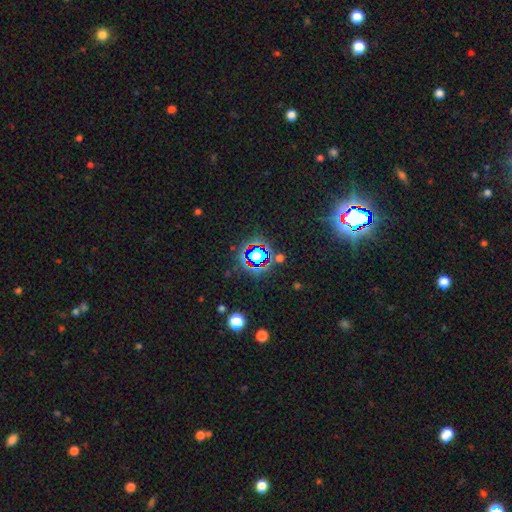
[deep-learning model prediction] Q: Smooth or featured?
A: star or artifact (64%); runner-up: smooth (24%)